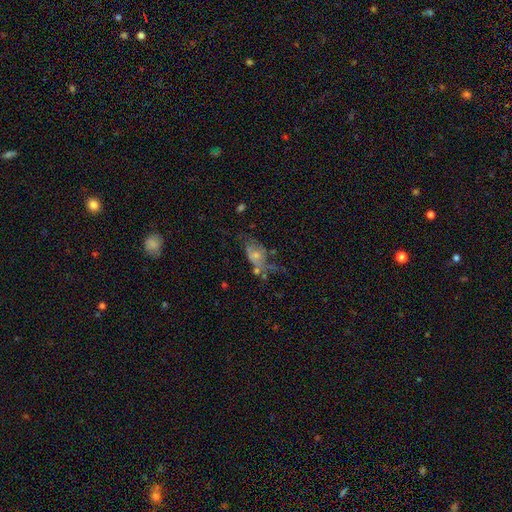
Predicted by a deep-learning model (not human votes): smooth_or_featured: smooth (p=0.44) [tied with: featured or disk p=0.44]
merging: major disturbance (p=0.38) [alt: none p=0.25]